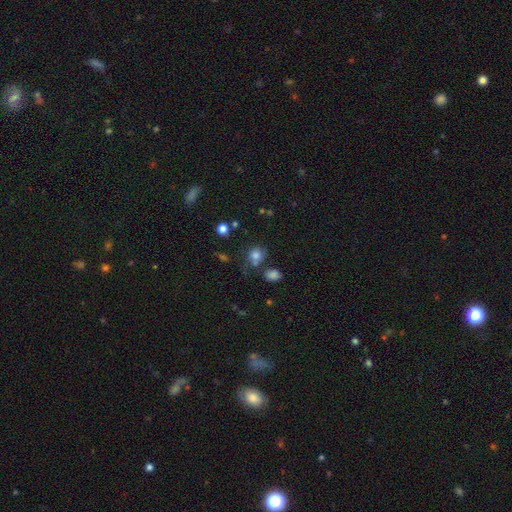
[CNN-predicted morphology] Q: Smooth or featured?
A: smooth (78%); runner-up: star or artifact (14%)
Q: How rounded?
A: round (76%); runner-up: in between (23%)
Q: Merging?
A: none (60%); runner-up: merger (16%)